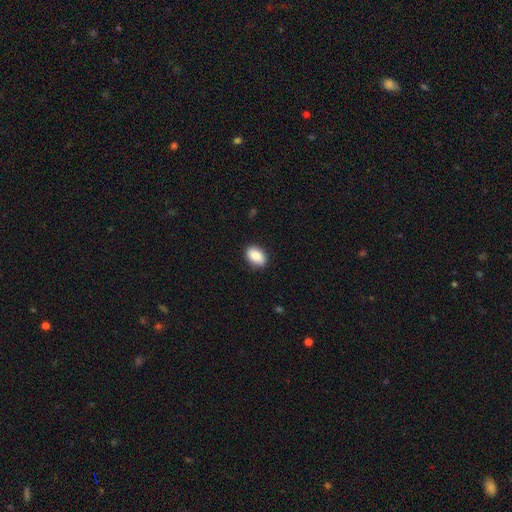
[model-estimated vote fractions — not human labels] Q: Smooth or featured?
A: smooth (88%); runner-up: star or artifact (7%)
Q: How rounded?
A: in between (87%); runner-up: round (12%)
Q: Merging?
A: none (86%); runner-up: minor disturbance (11%)